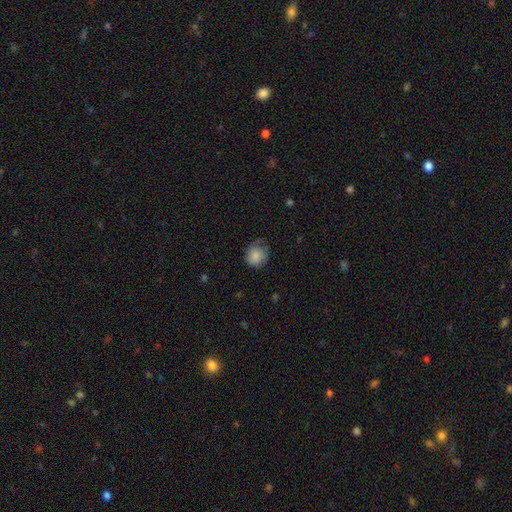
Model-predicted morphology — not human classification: A smooth galaxy with no disk features (84%) that is round (80%).

Vote fractions:
- Smooth or featured? smooth: 84% / featured or disk: 8% / star or artifact: 8%
- How rounded? round: 80% / in between: 19% / cigar-shaped: 1%
- Merging? none: 59% / minor disturbance: 30% / major disturbance: 10% / merger: 1%